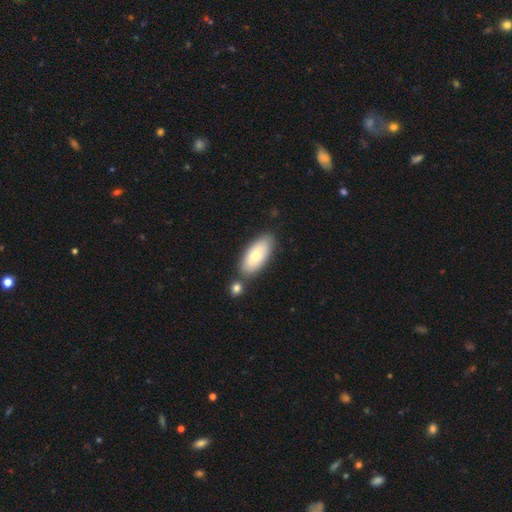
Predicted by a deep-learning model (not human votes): Smooth or featured? Predicted: smooth (p=0.73). How rounded? Predicted: in between (p=0.88). Merging? Predicted: none (p=0.71).